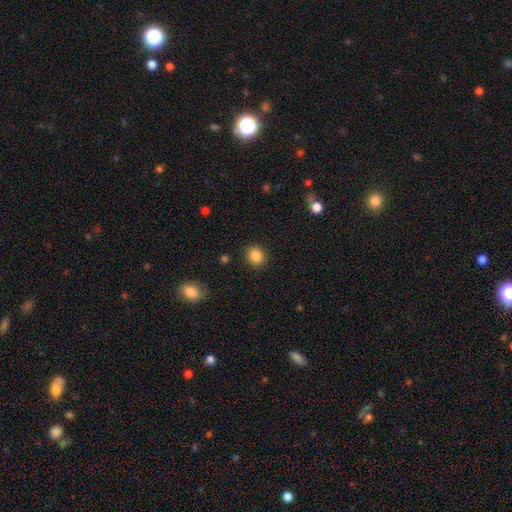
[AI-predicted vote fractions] Smooth or featured: smooth — 86% (star or artifact — 10%)
How rounded: round — 72% (in between — 27%)
Merging: none — 89% (minor disturbance — 7%)